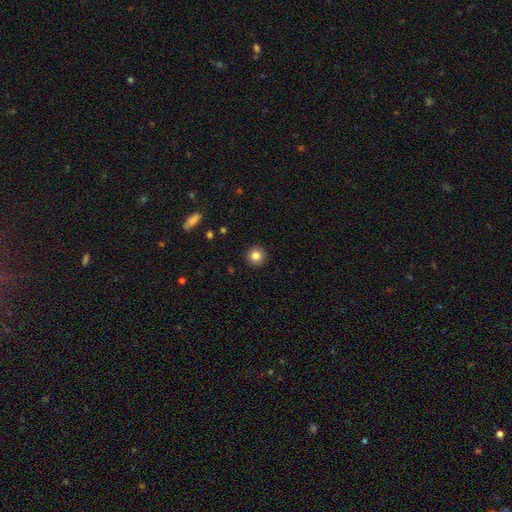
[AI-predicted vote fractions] Q: Smooth or featured?
A: smooth (84%); runner-up: star or artifact (10%)
Q: How rounded?
A: round (95%); runner-up: in between (4%)
Q: Merging?
A: none (93%); runner-up: minor disturbance (5%)